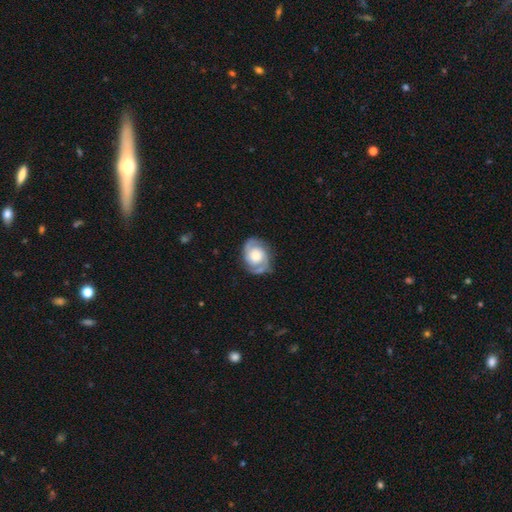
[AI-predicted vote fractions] featured or disk 84%, smooth 11%, star or artifact 5%. Down the decision tree: edge-on disk — no (98%); bar — no (70%); spiral arms — yes (96%); spiral arm count — 2 (91%); spiral winding — tight (45%); bulge size — large (38%); merging — none (78%).